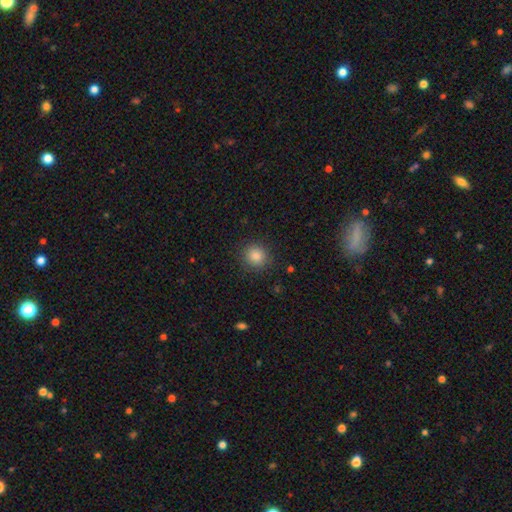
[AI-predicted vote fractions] Smooth or featured? Predicted: smooth (p=0.85). How rounded? Predicted: round (p=0.89). Merging? Predicted: none (p=0.89).